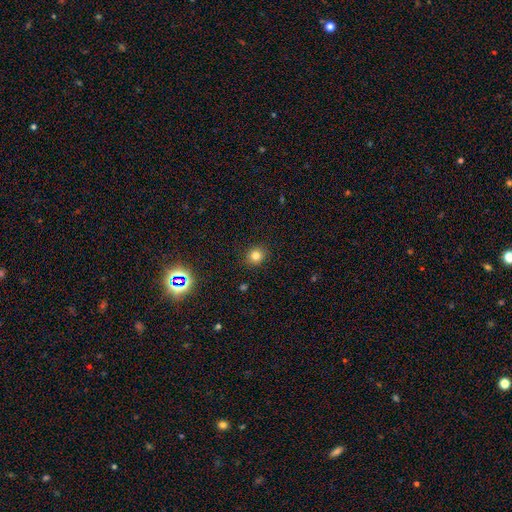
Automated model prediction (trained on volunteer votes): smooth_or_featured: smooth (p=0.80) [alt: star or artifact p=0.14]
how_rounded: round (p=0.88) [alt: in between p=0.11]
merging: none (p=0.91) [alt: minor disturbance p=0.06]